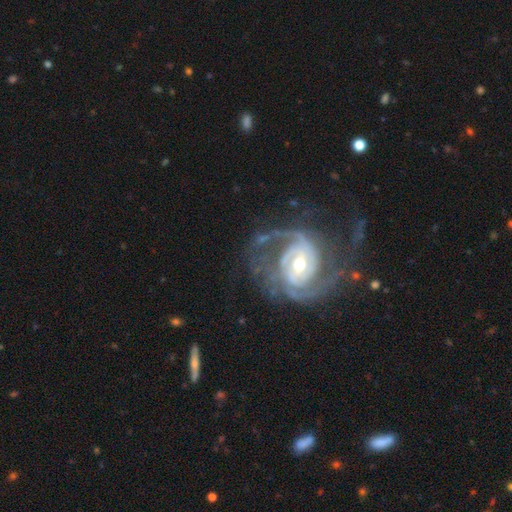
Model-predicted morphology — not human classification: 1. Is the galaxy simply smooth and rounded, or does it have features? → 90% featured or disk, 6% star or artifact, 4% smooth.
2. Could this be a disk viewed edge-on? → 98% no, 2% yes.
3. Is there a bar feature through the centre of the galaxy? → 39% no, 37% weak, 24% strong.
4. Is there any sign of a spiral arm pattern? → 97% yes, 3% no.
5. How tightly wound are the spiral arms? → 48% tight, 41% medium, 11% loose.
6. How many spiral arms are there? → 62% 2, 13% 3, 12% can't tell, 5% 1, 5% 4, 4% more than 4.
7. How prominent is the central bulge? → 48% moderate, 45% small, 5% large, 1% none, 1% dominant.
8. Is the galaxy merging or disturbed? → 64% none, 17% major disturbance, 17% minor disturbance, 2% merger.